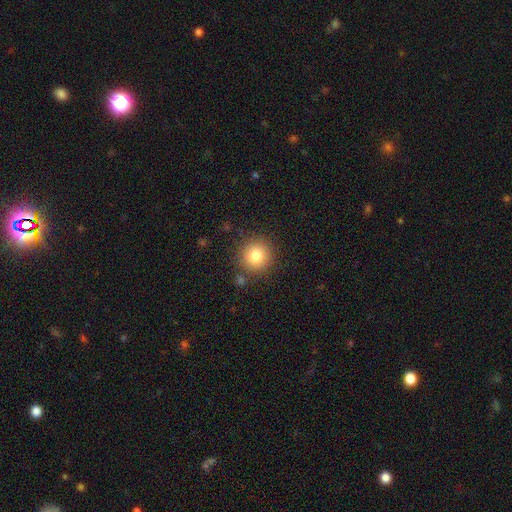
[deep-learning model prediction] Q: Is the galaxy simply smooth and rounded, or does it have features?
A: smooth — 82%.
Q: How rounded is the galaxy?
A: round — 94%.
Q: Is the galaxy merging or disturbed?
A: none — 86%.